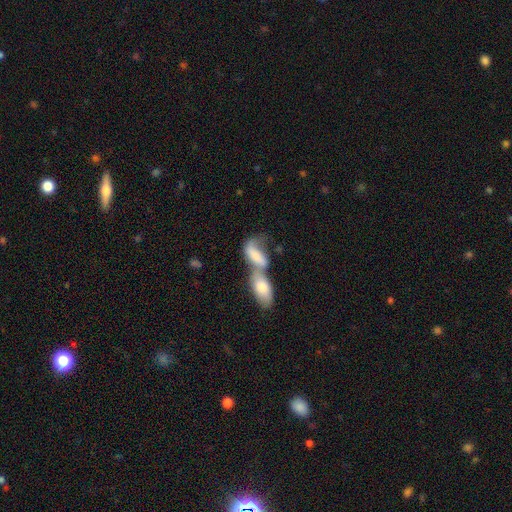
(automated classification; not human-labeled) smooth-or-featured: smooth: 66% | featured or disk: 27% | star or artifact: 7%
  how-rounded: in between: 80% | cigar-shaped: 16% | round: 4%
  merging: merger: 75% | none: 10% | major disturbance: 9% | minor disturbance: 6%